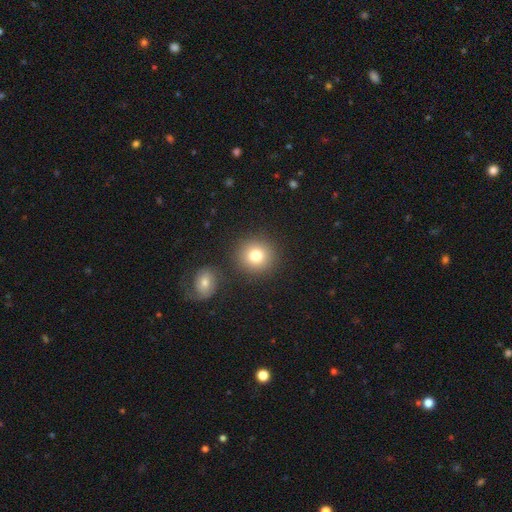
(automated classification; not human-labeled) A smooth galaxy with no disk features (80%) that is round (91%).

Vote fractions:
- Smooth or featured? smooth: 80% / star or artifact: 11% / featured or disk: 9%
- How rounded? round: 91% / in between: 8% / cigar-shaped: 1%
- Merging? none: 85% / minor disturbance: 7% / merger: 6% / major disturbance: 3%